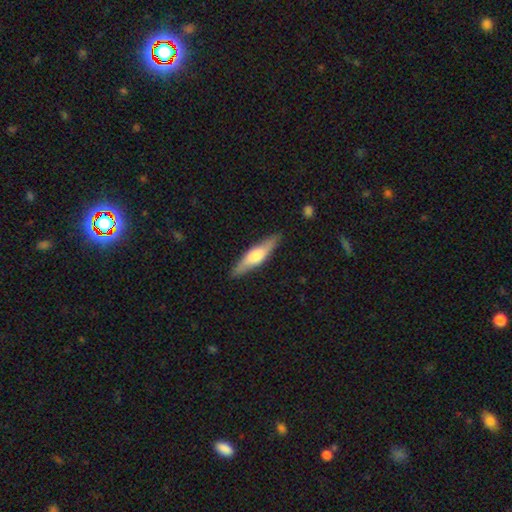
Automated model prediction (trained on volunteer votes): Smooth or featured: smooth — 53% (featured or disk — 42%)
How rounded: cigar-shaped — 75% (in between — 23%)
Merging: none — 88% (minor disturbance — 9%)